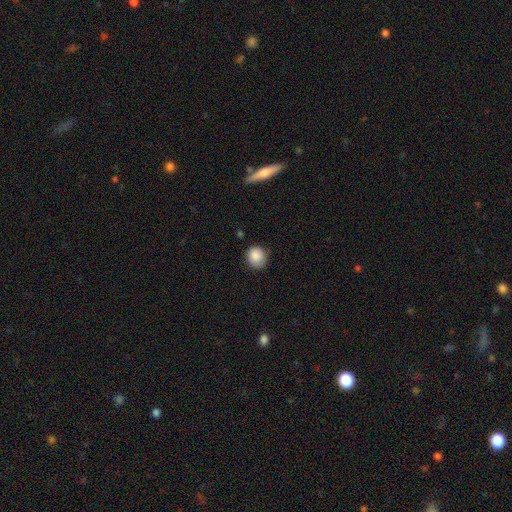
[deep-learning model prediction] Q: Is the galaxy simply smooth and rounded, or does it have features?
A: smooth — 86%.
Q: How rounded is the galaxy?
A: round — 83%.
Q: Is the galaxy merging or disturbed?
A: none — 78%.